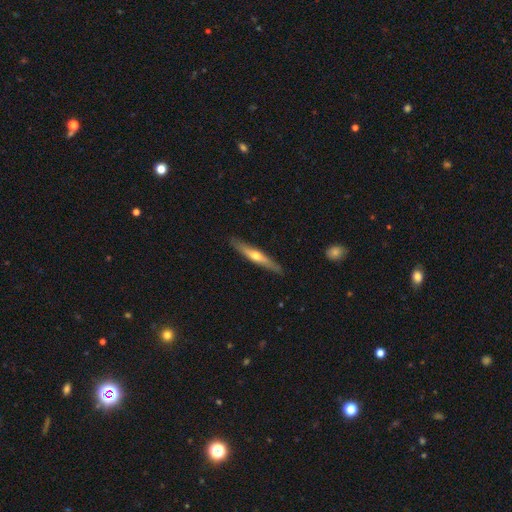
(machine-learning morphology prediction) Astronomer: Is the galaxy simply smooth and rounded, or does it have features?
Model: featured or disk — 59% (runner-up: smooth, 36%).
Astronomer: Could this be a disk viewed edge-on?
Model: yes — 93%.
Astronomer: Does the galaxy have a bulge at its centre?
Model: rounded — 85%.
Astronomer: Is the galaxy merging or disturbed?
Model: none — 88%.